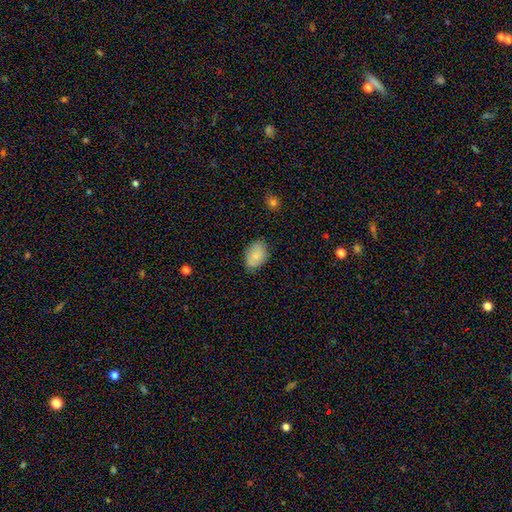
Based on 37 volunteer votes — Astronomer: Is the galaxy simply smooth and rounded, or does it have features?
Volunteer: smooth — 86%.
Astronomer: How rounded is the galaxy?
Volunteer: in between — 84%.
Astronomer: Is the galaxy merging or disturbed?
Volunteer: none — 85%.